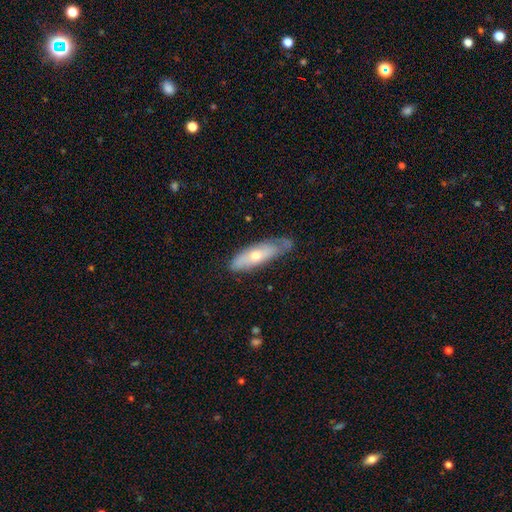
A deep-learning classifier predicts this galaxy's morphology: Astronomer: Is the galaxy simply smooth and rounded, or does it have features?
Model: smooth — 52% (runner-up: featured or disk, 41%).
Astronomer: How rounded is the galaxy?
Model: cigar-shaped — 54% (runner-up: in between, 44%).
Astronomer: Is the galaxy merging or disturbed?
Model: none — 59%.